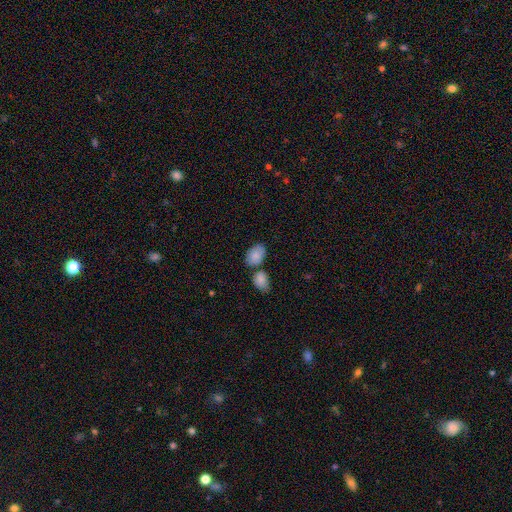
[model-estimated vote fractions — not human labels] smooth 85%, featured or disk 9%, star or artifact 7%. Down the decision tree: how rounded — in between (85%); merging — none (52%).